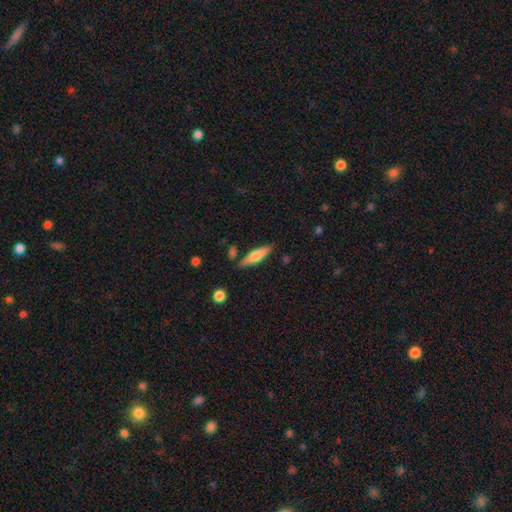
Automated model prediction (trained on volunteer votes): Smooth or featured? smooth (62%)
How rounded? cigar-shaped (68%)
Merging? none (82%)